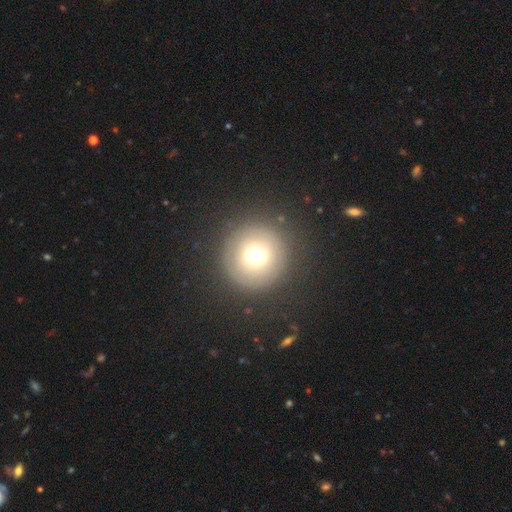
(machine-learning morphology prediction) Smooth or featured? Predicted: smooth (p=0.68). How rounded? Predicted: round (p=0.95). Merging? Predicted: none (p=0.84).